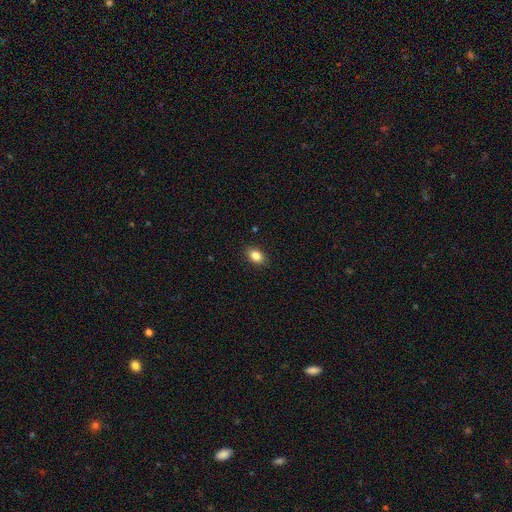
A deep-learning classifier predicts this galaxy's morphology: Smooth or featured: smooth — 84% (star or artifact — 9%)
How rounded: in between — 81% (round — 17%)
Merging: none — 89% (minor disturbance — 8%)